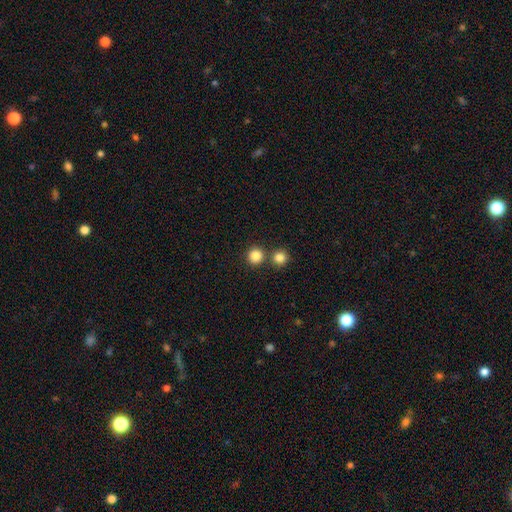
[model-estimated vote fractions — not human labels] Smooth or featured?
  - smooth: 85% *
  - star or artifact: 11%
  - featured or disk: 4%
How rounded?
  - round: 93% *
  - in between: 6%
  - cigar-shaped: 1%
Merging?
  - none: 76% *
  - merger: 16%
  - minor disturbance: 6%
  - major disturbance: 2%